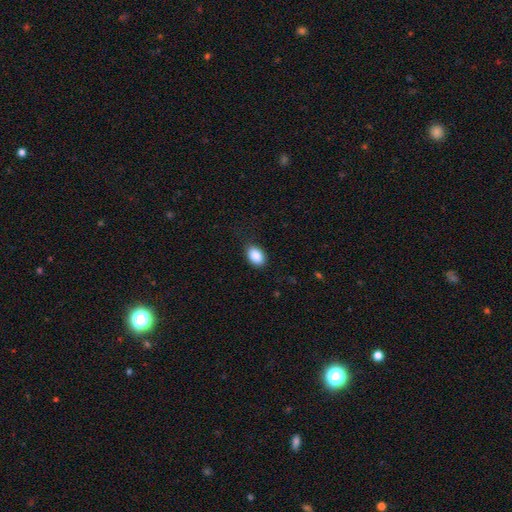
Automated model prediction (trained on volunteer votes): Overall: smooth (88%). How rounded: in between (87%). Merging: none (83%).